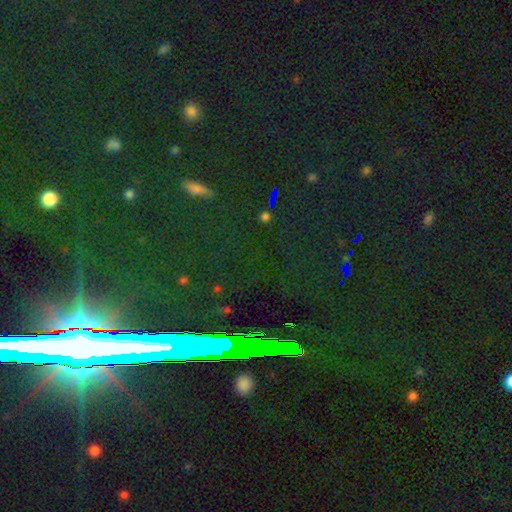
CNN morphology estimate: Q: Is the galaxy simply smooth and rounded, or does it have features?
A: star or artifact — 83%.